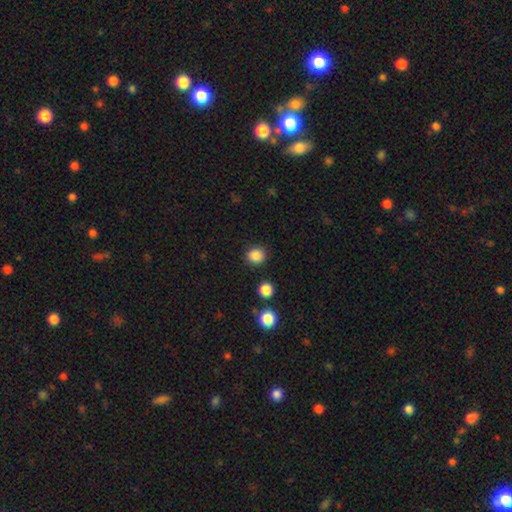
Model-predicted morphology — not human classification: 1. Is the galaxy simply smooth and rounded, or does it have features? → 86% smooth, 10% star or artifact, 4% featured or disk.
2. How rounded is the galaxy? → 85% round, 14% in between, 1% cigar-shaped.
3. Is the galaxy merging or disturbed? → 89% none, 7% minor disturbance, 2% major disturbance, 2% merger.